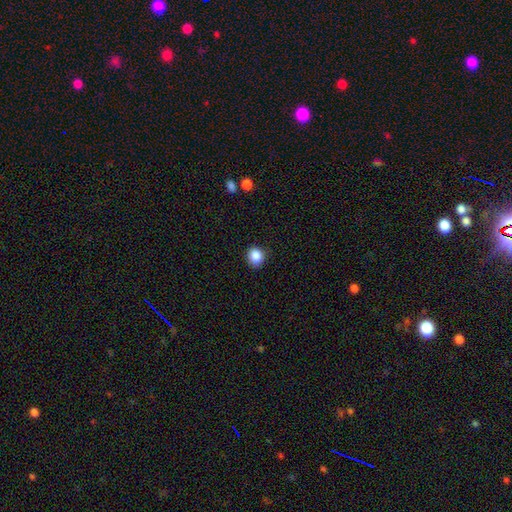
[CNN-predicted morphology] type=smooth (87%); roundness=round (80%); merging=none (87%).